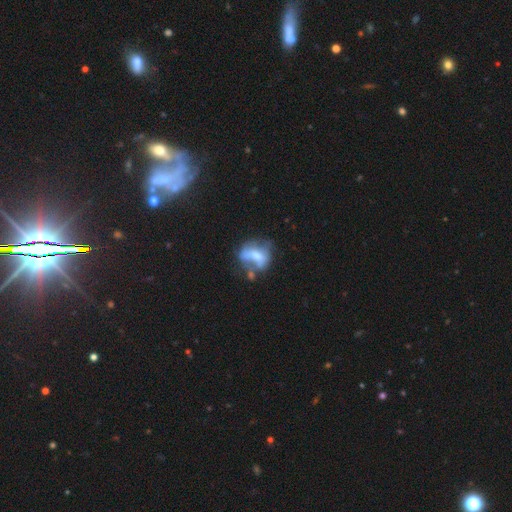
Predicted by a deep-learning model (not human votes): Morphology: type=featured or disk (48%); merging=none (29%).